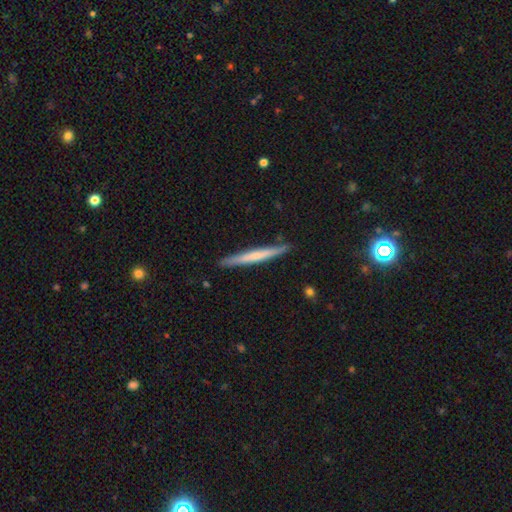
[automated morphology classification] A smooth galaxy with no disk features (49%).

Vote fractions:
- Smooth or featured? smooth: 49% / featured or disk: 46% / star or artifact: 5%
- Merging? none: 89% / minor disturbance: 8% / major disturbance: 1% / merger: 1%